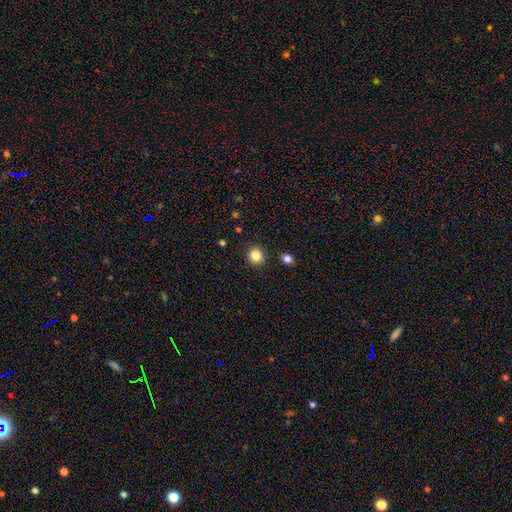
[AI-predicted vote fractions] Smooth or featured? smooth (84%)
How rounded? round (91%)
Merging? none (90%)